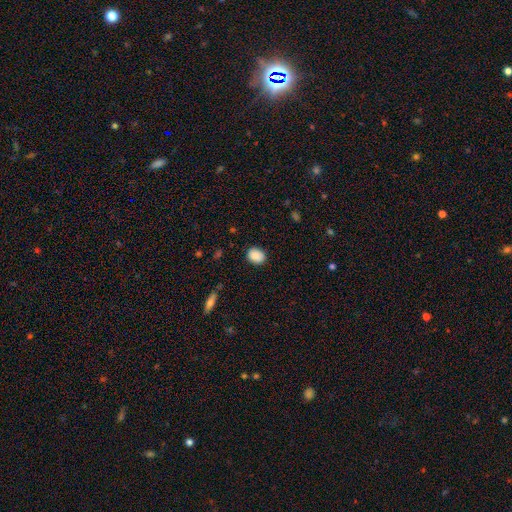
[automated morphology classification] smooth-or-featured: smooth: 86% | star or artifact: 8% | featured or disk: 6%
  how-rounded: in between: 58% | round: 41% | cigar-shaped: 1%
  merging: none: 85% | minor disturbance: 11% | major disturbance: 2% | merger: 1%